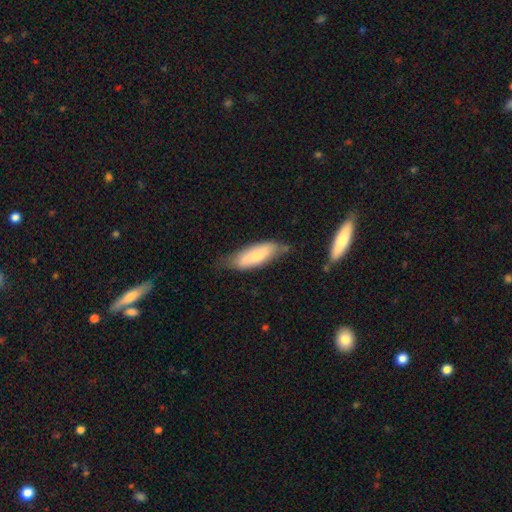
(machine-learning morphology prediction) smooth_or_featured: smooth (p=0.69) [alt: featured or disk p=0.25]
how_rounded: in between (p=0.60) [alt: cigar-shaped p=0.39]
merging: none (p=0.56) [alt: minor disturbance p=0.32]